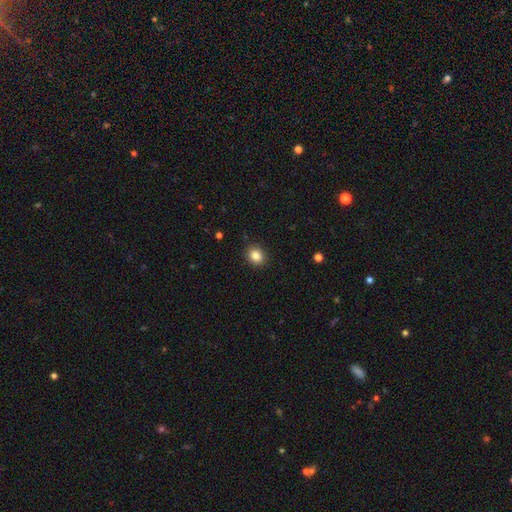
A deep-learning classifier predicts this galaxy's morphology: Smooth or featured? smooth (85%)
How rounded? round (64%)
Merging? none (90%)